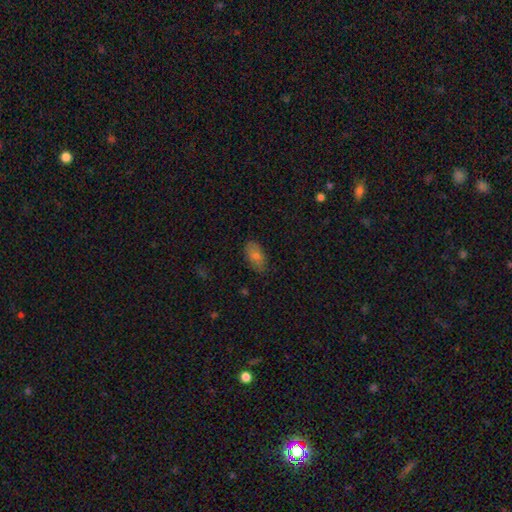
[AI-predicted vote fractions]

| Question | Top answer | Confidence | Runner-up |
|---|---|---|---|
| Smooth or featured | smooth | 71% | featured or disk (18%) |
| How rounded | in between | 91% | round (6%) |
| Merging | none | 79% | minor disturbance (17%) |